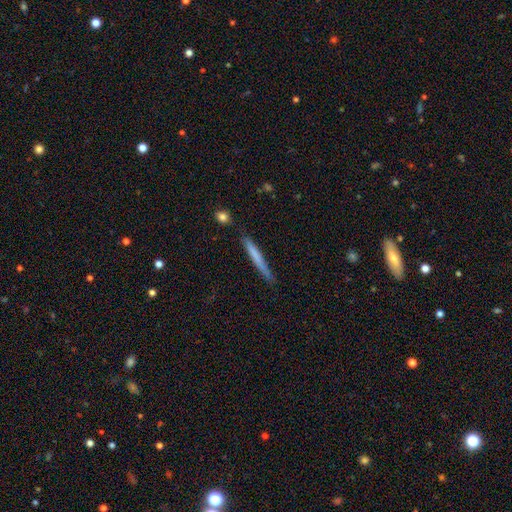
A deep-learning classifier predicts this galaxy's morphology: smooth-or-featured: smooth: 64% | featured or disk: 30% | star or artifact: 6%
  how-rounded: cigar-shaped: 96% | in between: 2% | round: 1%
  merging: none: 81% | minor disturbance: 15% | major disturbance: 2% | merger: 2%